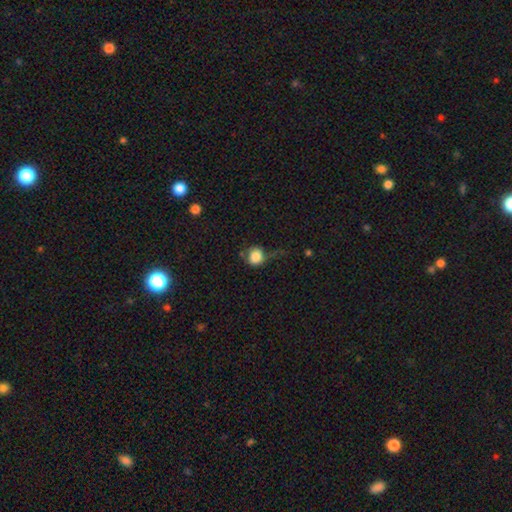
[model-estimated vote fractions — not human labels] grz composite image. It shows a smooth galaxy with no disk features (83%) that is round (77%). Merging: none (45%).